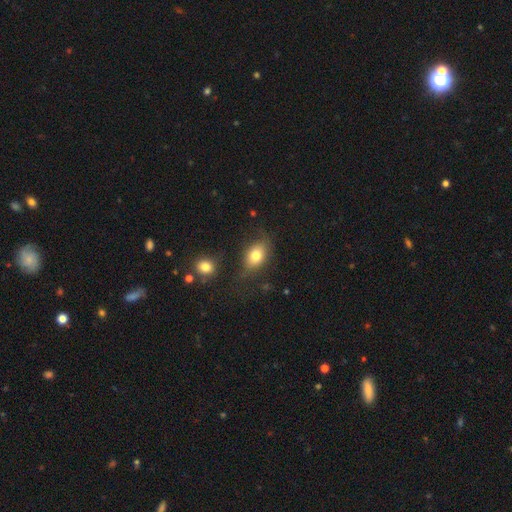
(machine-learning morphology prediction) smooth-or-featured: smooth: 76% | featured or disk: 15% | star or artifact: 9%
  how-rounded: in between: 80% | round: 18% | cigar-shaped: 2%
  merging: none: 66% | minor disturbance: 21% | major disturbance: 9% | merger: 4%